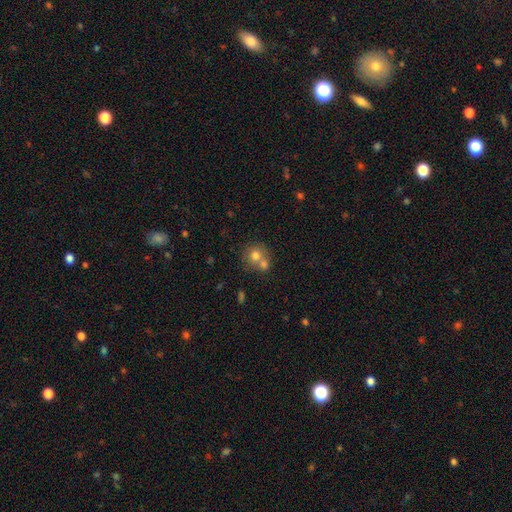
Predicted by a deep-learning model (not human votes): smooth 72%, featured or disk 18%, star or artifact 10%. Down the decision tree: how rounded — round (84%); merging — merger (49%).